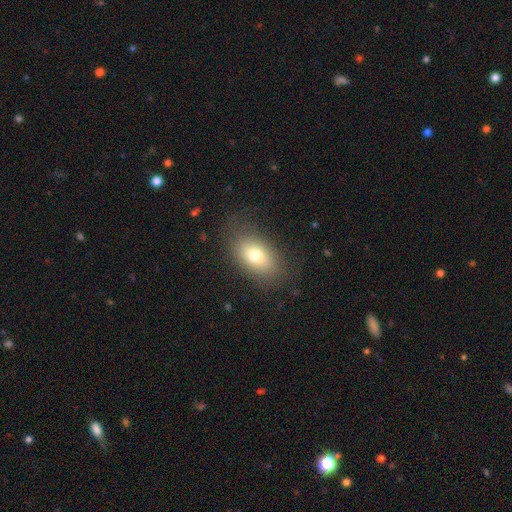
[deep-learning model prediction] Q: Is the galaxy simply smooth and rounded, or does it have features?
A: smooth — 73%.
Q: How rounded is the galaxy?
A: in between — 85%.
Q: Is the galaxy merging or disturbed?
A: none — 79%.